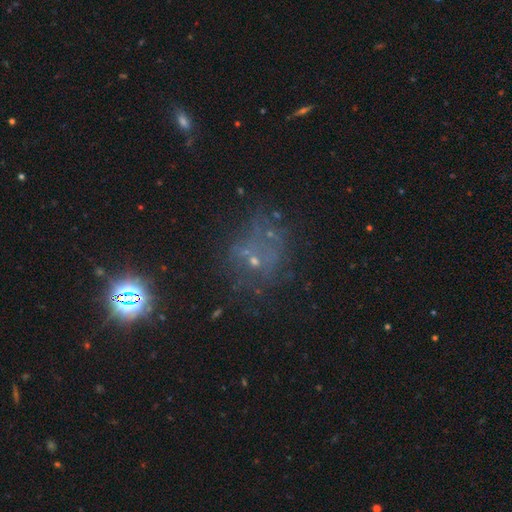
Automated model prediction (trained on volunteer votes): Morphology: type=star or artifact (42%).